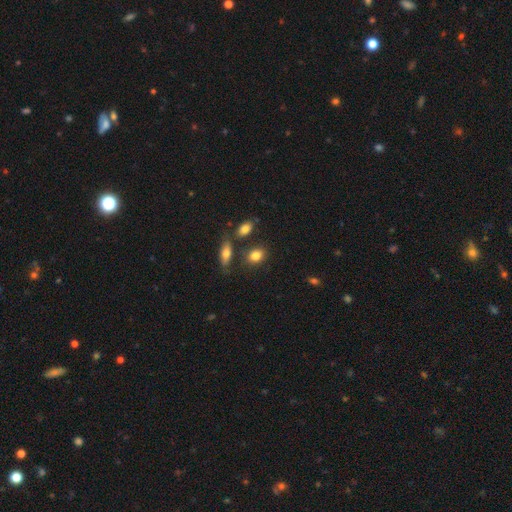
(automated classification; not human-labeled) Smooth or featured: smooth — 83% (featured or disk — 9%)
How rounded: in between — 72% (round — 25%)
Merging: none — 73% (minor disturbance — 13%)